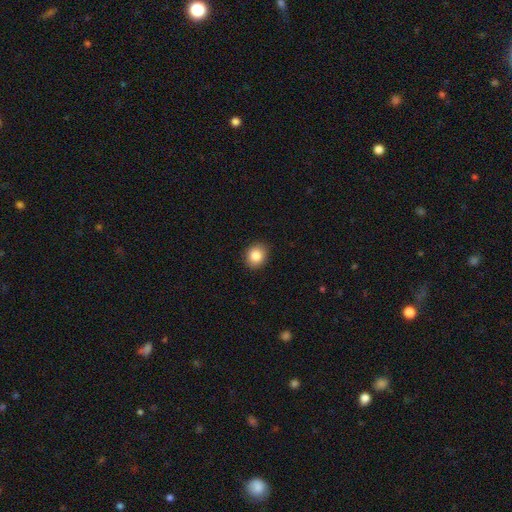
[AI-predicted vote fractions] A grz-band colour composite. It shows a smooth galaxy with no disk features (85%) that is round (67%). Merging: none (90%).